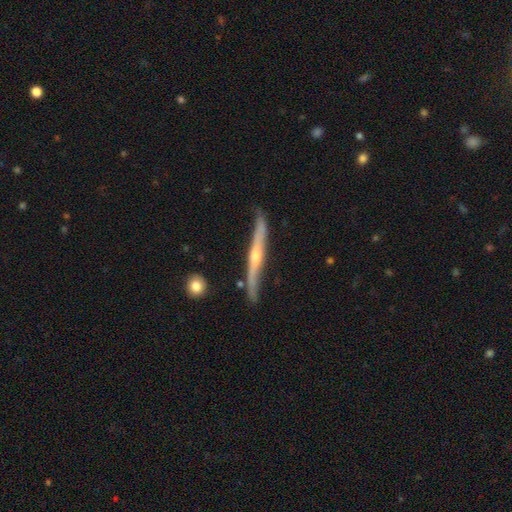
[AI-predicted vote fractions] This appears to be a featured or disk galaxy (78%) viewed edge-on (96%) with a rounded central bulge (84%). Merging: none (82%).